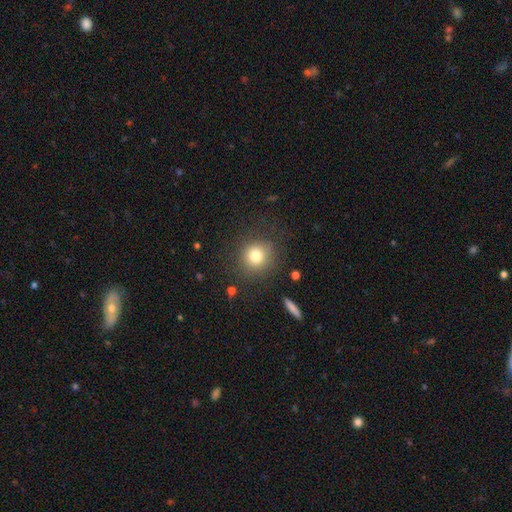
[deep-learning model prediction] Smooth or featured: smooth — 80% (star or artifact — 11%)
How rounded: round — 89% (in between — 10%)
Merging: none — 83% (minor disturbance — 10%)